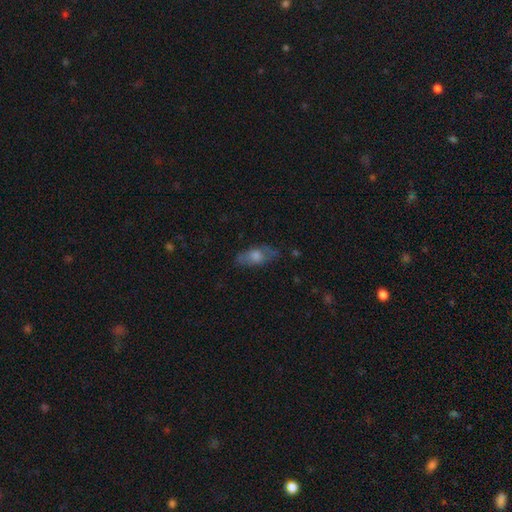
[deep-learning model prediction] smooth_or_featured: smooth (p=0.51) [alt: featured or disk p=0.39]
how_rounded: in between (p=0.75) [alt: cigar-shaped p=0.21]
merging: none (p=0.74) [alt: minor disturbance p=0.19]